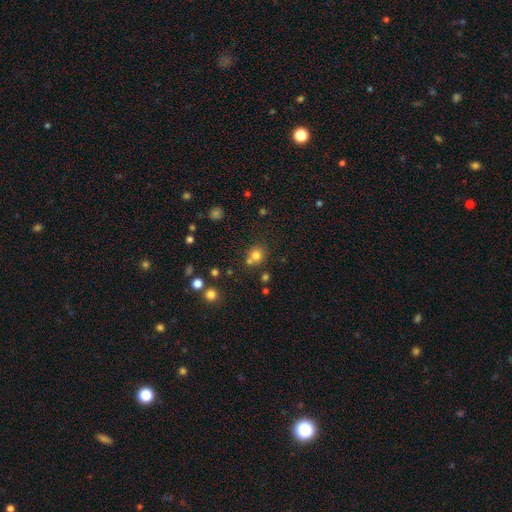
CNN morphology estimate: Smooth or featured?
  - smooth: 76% *
  - star or artifact: 15%
  - featured or disk: 9%
How rounded?
  - round: 83% *
  - in between: 16%
  - cigar-shaped: 1%
Merging?
  - none: 61% *
  - merger: 26%
  - minor disturbance: 10%
  - major disturbance: 3%